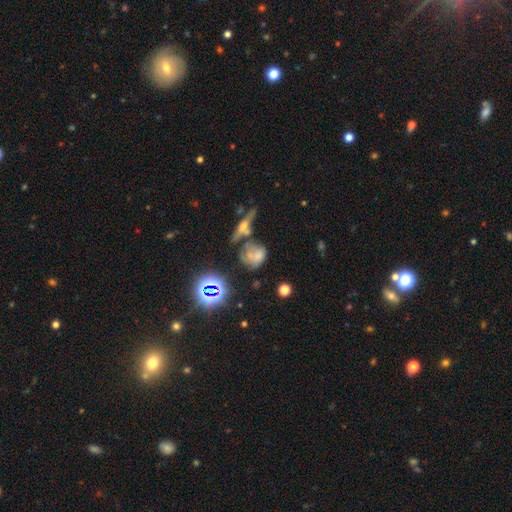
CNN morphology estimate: type=smooth (50%); merging=none (31%).